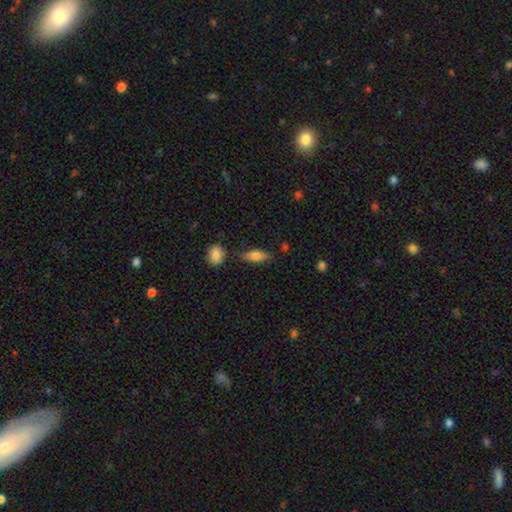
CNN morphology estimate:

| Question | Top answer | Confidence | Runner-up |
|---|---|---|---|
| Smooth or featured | smooth | 72% | featured or disk (21%) |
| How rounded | in between | 70% | cigar-shaped (27%) |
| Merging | none | 75% | minor disturbance (16%) |